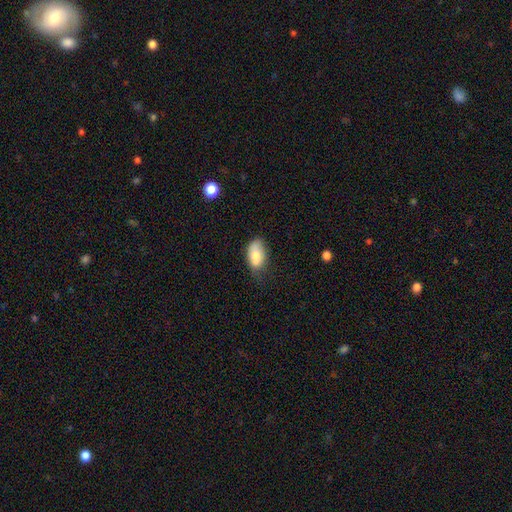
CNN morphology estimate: smooth 79%, featured or disk 14%, star or artifact 7%. Down the decision tree: how rounded — in between (93%); merging — none (55%).